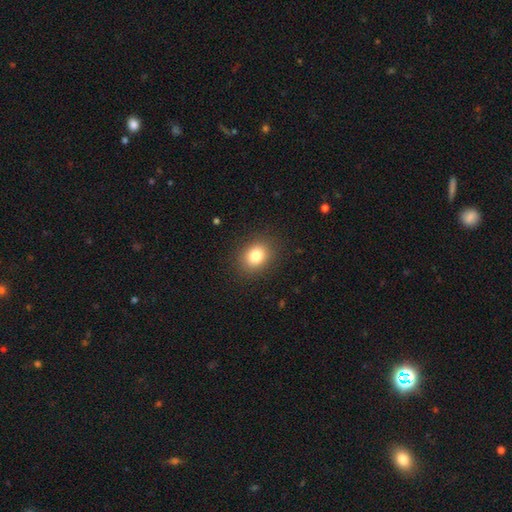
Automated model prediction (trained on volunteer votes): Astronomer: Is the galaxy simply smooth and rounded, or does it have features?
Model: smooth — 82%.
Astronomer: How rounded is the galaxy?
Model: round — 50% (runner-up: in between, 49%).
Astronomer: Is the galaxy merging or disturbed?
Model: none — 88%.